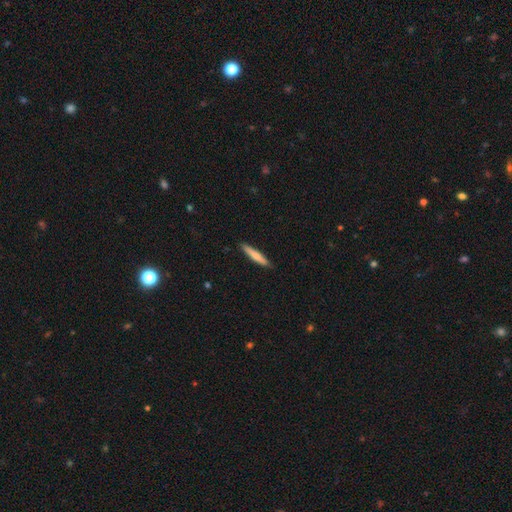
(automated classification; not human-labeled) A smooth galaxy with no disk features (67%) that is cigar-shaped (92%). Merging: none (89%).